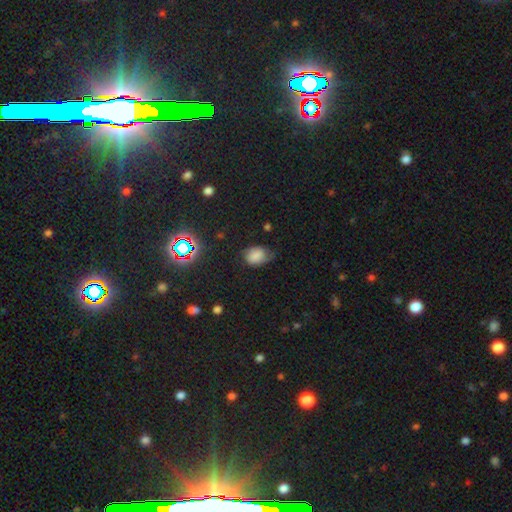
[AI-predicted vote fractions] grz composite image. It shows a smooth galaxy with no disk features (68%) that is in between round and cigar-shaped (66%). Merging: none (49%).